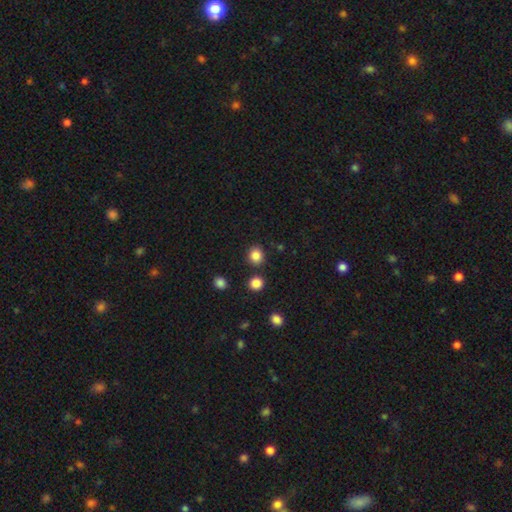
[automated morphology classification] smooth 85%, star or artifact 11%, featured or disk 4%. Down the decision tree: how rounded — round (81%); merging — none (84%).